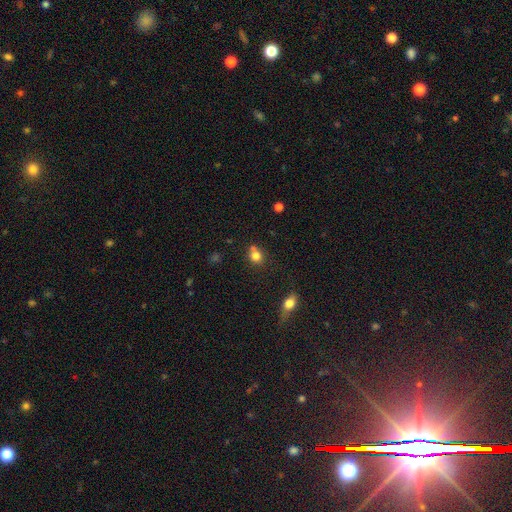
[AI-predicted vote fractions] smooth_or_featured: smooth (p=0.79) [alt: star or artifact p=0.12]
how_rounded: round (p=0.77) [alt: in between p=0.22]
merging: none (p=0.55) [alt: merger p=0.30]